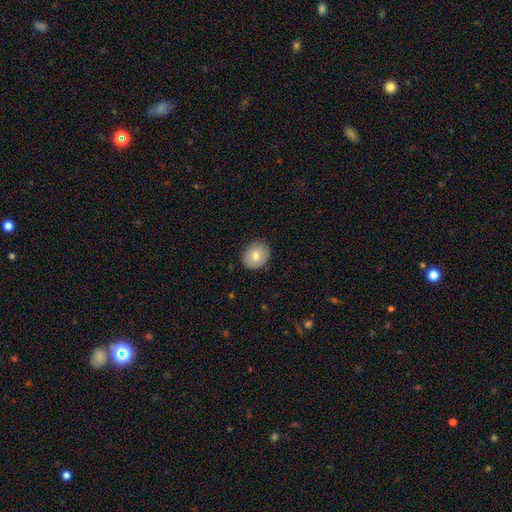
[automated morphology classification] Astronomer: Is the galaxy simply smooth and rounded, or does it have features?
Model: smooth — 76%.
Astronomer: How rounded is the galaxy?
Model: round — 68%.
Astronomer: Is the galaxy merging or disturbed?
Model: none — 88%.